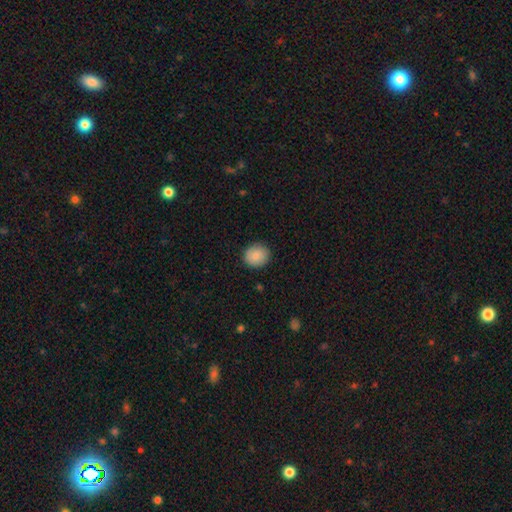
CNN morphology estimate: type=smooth (87%); roundness=round (79%); merging=none (89%).